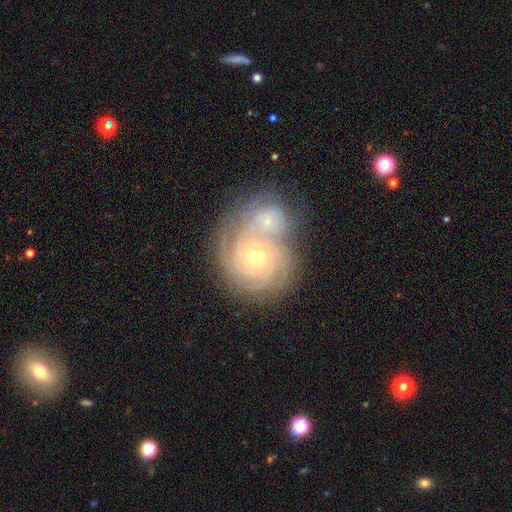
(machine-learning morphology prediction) The model was most divided on "spiral arm count": can't tell: 27%, 4: 23%, 3: 22%, 2: 12%, more than 4: 9%, 1: 7%. More confident: edge-on disk — no (98%); spiral arms — yes (97%); smooth or featured — featured or disk (85%); spiral winding — tight (81%); bar — no (77%); bulge size — small (72%); merging — merger (52%).